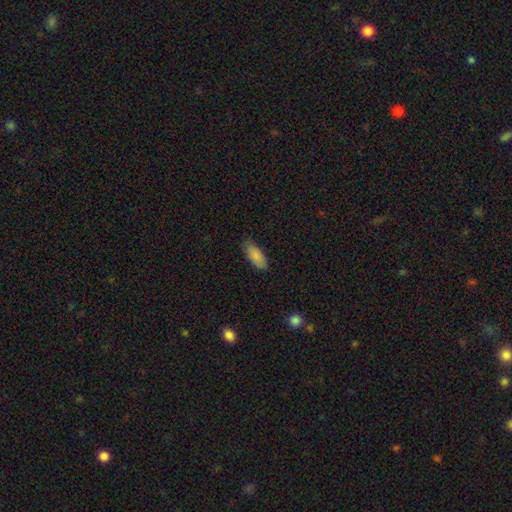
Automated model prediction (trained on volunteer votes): A smooth galaxy with no disk features (87%) that is in between round and cigar-shaped (84%).

Vote fractions:
- Smooth or featured? smooth: 87% / featured or disk: 7% / star or artifact: 6%
- How rounded? in between: 84% / cigar-shaped: 14% / round: 2%
- Merging? none: 81% / minor disturbance: 15% / major disturbance: 3% / merger: 1%